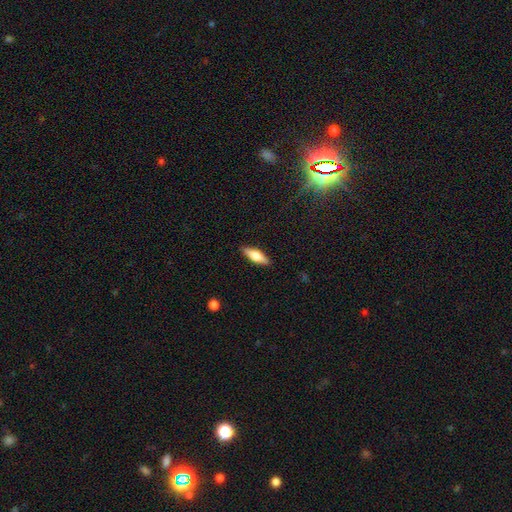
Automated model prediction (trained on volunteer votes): Smooth or featured: smooth — 56% (featured or disk — 37%)
How rounded: in between — 52% (cigar-shaped — 45%)
Merging: none — 88% (minor disturbance — 9%)